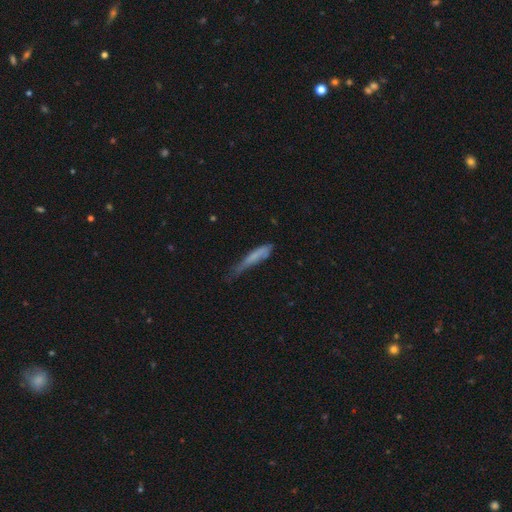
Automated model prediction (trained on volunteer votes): smooth_or_featured: smooth (p=0.66) [alt: featured or disk p=0.26]
how_rounded: cigar-shaped (p=0.90) [alt: in between p=0.09]
merging: none (p=0.39) [alt: minor disturbance p=0.38]